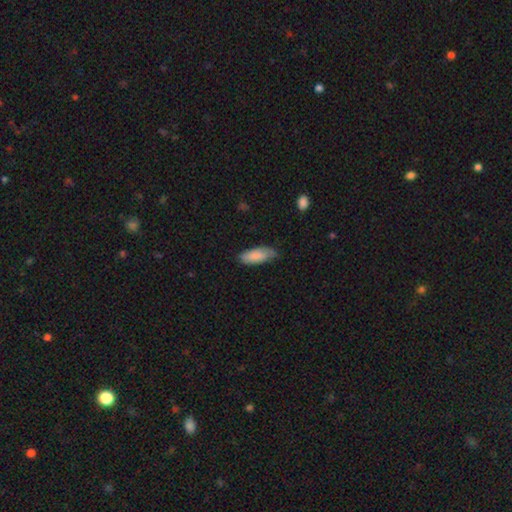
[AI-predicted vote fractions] Overall: smooth (83%). How rounded: in between (77%). Merging: none (62%; minor disturbance 31%).